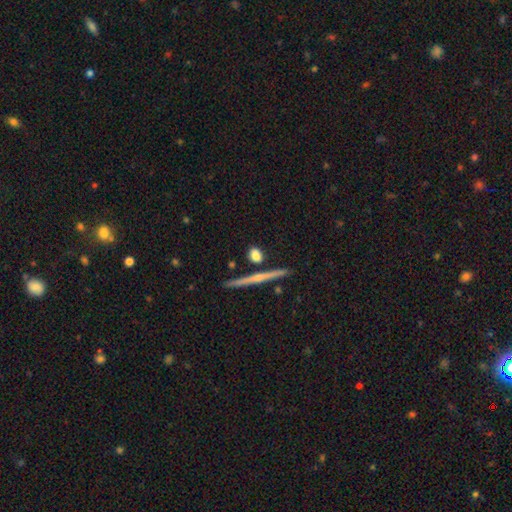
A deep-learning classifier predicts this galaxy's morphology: type=smooth (73%); roundness=round (42%); merging=none (77%).